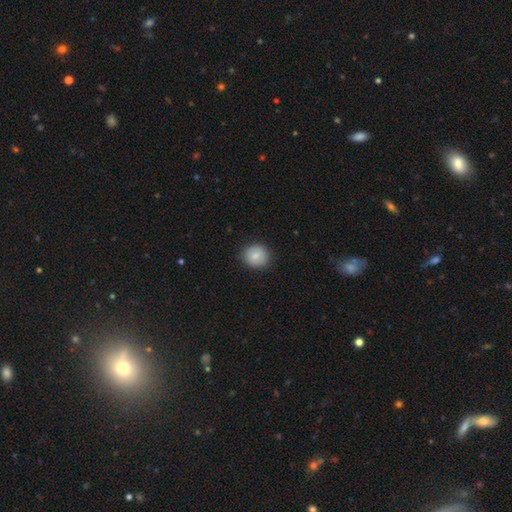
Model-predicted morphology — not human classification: smooth 83%, featured or disk 10%, star or artifact 7%. Down the decision tree: how rounded — round (84%); merging — none (87%).